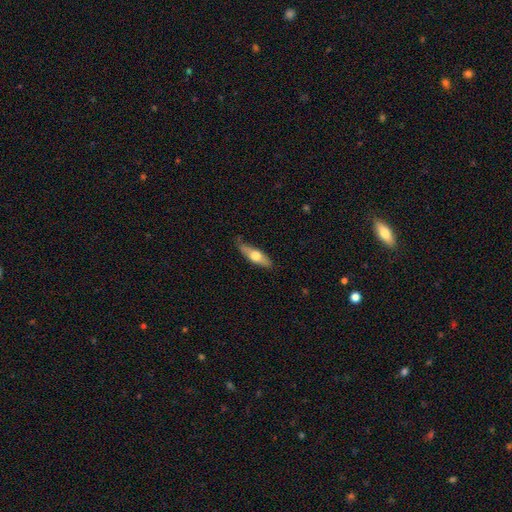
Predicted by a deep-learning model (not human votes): The model was most divided on "how rounded": cigar-shaped: 55%, in between: 42%, round: 3%. More confident: merging — none (79%); smooth or featured — smooth (54%).